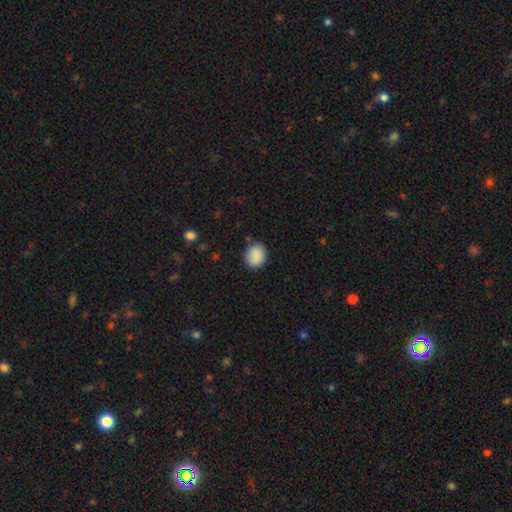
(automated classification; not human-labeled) Smooth or featured?
  - smooth: 89% *
  - star or artifact: 7%
  - featured or disk: 3%
How rounded?
  - round: 56% *
  - in between: 44%
  - cigar-shaped: 1%
Merging?
  - none: 85% *
  - minor disturbance: 11%
  - major disturbance: 3%
  - merger: 1%